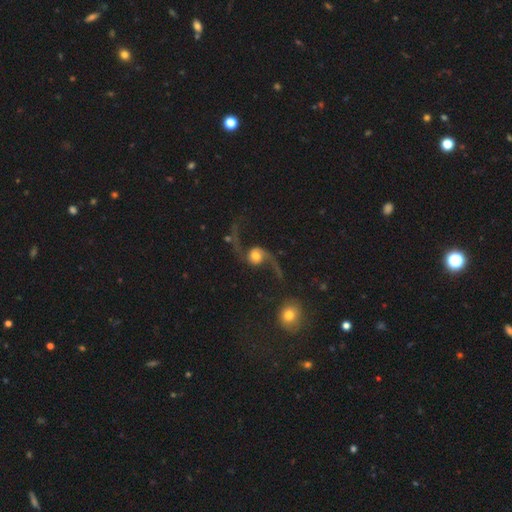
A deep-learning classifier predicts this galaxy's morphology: featured or disk 83%, smooth 10%, star or artifact 6%. Down the decision tree: edge-on disk — no (97%); bar — no (66%); spiral arms — yes (95%); spiral arm count — 2 (89%); spiral winding — loose (90%); bulge size — moderate (48%); merging — none (53%).